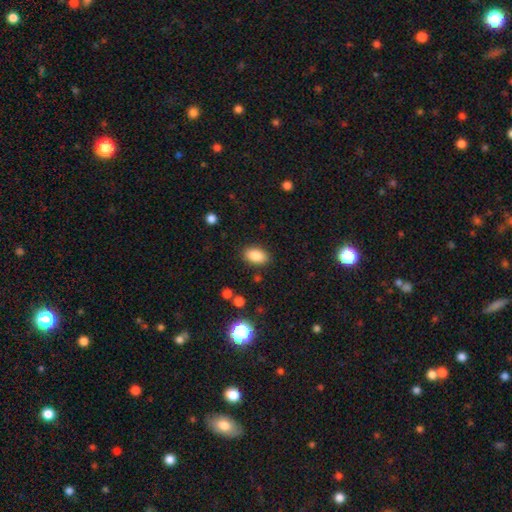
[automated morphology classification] smooth 86%, star or artifact 9%, featured or disk 5%. Down the decision tree: how rounded — in between (91%); merging — none (87%).